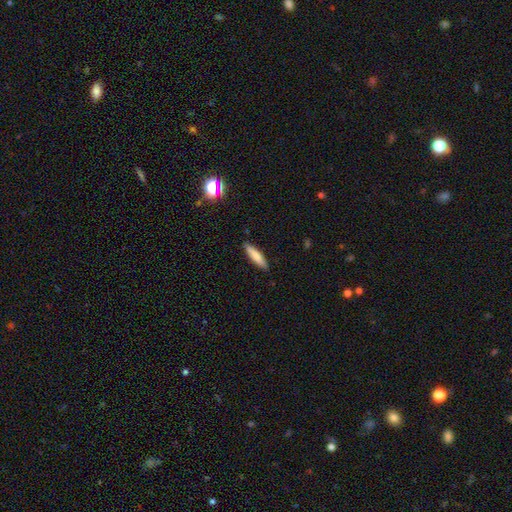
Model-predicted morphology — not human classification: Smooth or featured: smooth — 76% (featured or disk — 18%)
How rounded: cigar-shaped — 80% (in between — 19%)
Merging: none — 88% (minor disturbance — 9%)